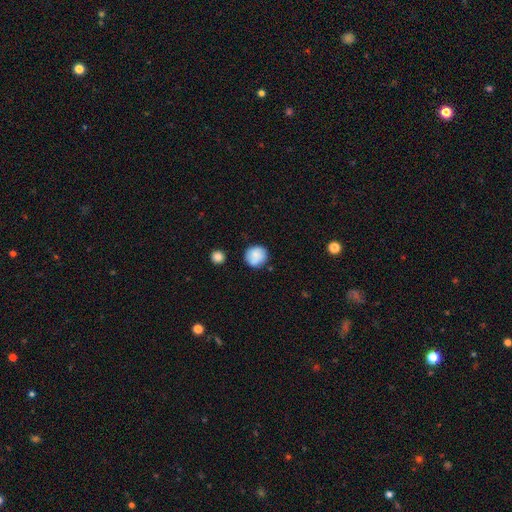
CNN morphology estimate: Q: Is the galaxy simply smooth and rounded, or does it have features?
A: smooth — 83%.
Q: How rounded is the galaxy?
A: round — 91%.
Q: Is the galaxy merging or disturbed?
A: none — 82%.